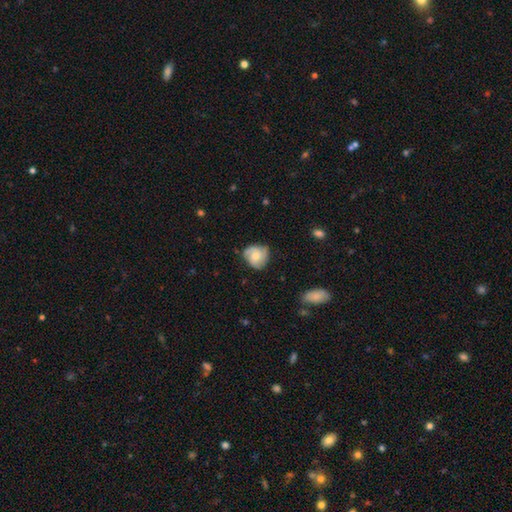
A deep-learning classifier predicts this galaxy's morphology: A featured or disk galaxy (64%) with no bar (76%), 3 (45%) tight (46%) spiral arms (91%) and a moderate central bulge (61%).

Vote fractions:
- Smooth or featured? featured or disk: 64% / smooth: 29% / star or artifact: 7%
- Edge-on disk? no: 98% / yes: 2%
- Bar? no: 76% / weak: 21% / strong: 3%
- Spiral arms? yes: 91% / no: 9%
- Spiral winding? tight: 46% / medium: 41% / loose: 13%
- Spiral arm count? 3: 45% / 2: 31% / can't tell: 13% / 4: 4% / 1: 4% / more than 4: 2%
- Bulge size? moderate: 61% / small: 32% / large: 3% / none: 2% / dominant: 1%
- Merging? none: 66% / minor disturbance: 26% / major disturbance: 7% / merger: 2%